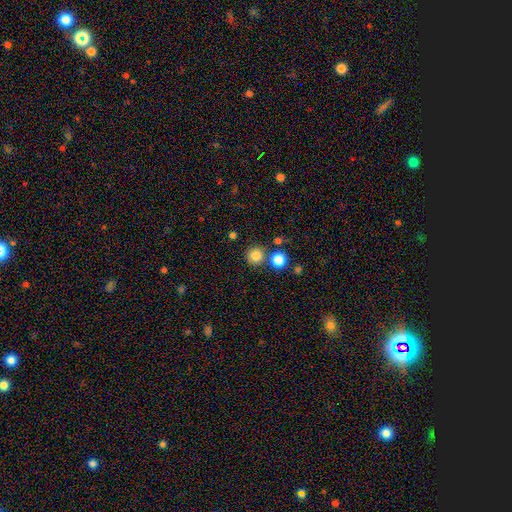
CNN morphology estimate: smooth 82%, star or artifact 13%, featured or disk 6%. Down the decision tree: how rounded — round (93%); merging — none (77%).